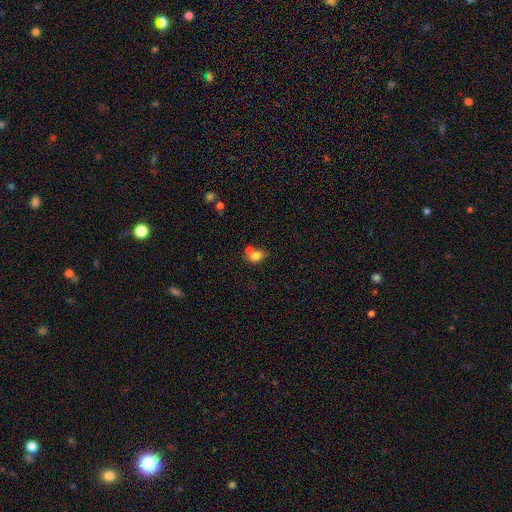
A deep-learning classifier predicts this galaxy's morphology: A smooth galaxy with no disk features (76%) that is in between round and cigar-shaped (73%). Merging: none (44%).